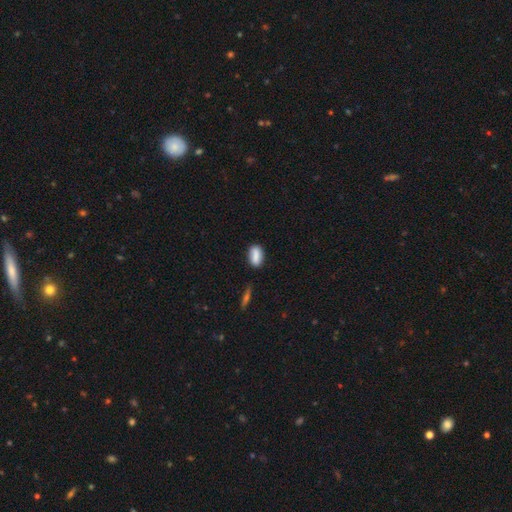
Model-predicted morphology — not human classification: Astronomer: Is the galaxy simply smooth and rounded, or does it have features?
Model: smooth — 83%.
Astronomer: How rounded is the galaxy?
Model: in between — 85%.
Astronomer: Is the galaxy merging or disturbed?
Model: none — 78%.